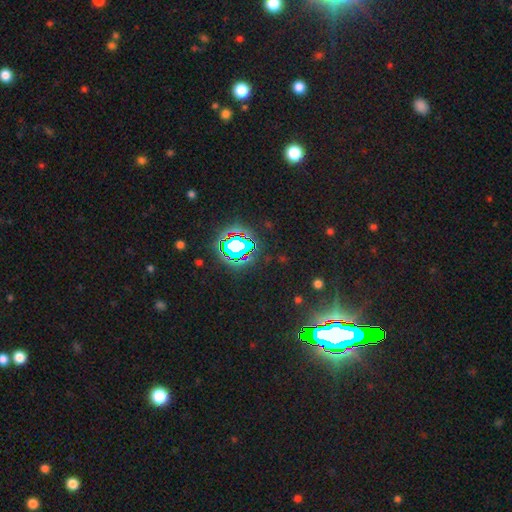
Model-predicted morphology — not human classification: Smooth or featured? star or artifact (85%)